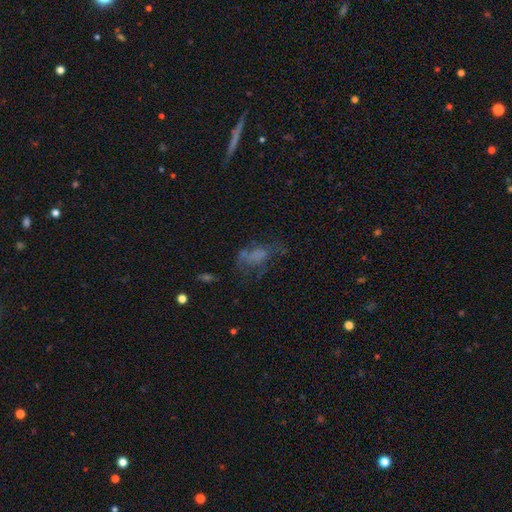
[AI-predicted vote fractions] smooth-or-featured: smooth: 43% | featured or disk: 36% | star or artifact: 20%
  merging: major disturbance: 38% | none: 35% | minor disturbance: 21% | merger: 7%